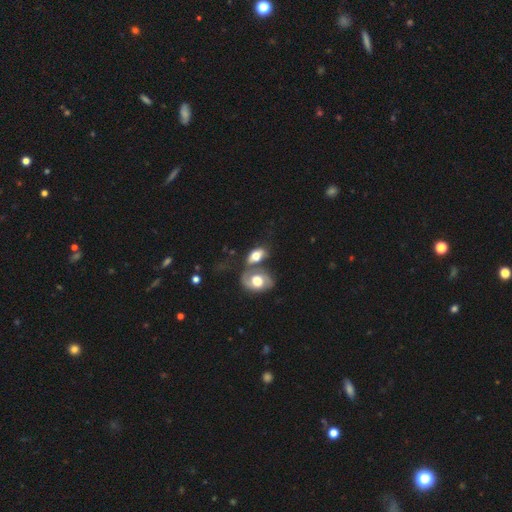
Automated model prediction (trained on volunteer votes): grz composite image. It shows a smooth galaxy with no disk features (56%) that is in between round and cigar-shaped (85%). Merging: merger (49%).